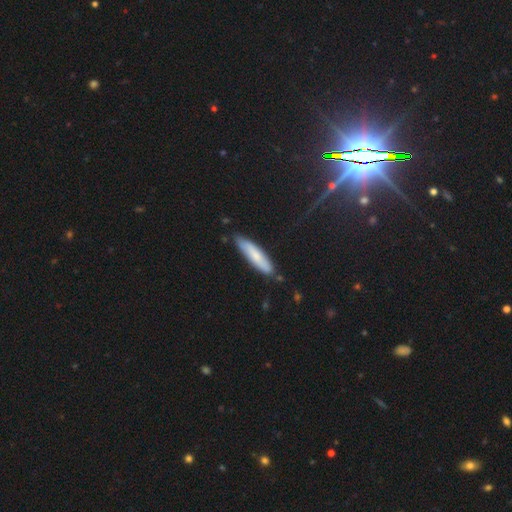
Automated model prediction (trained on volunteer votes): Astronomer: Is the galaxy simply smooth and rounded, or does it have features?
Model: smooth — 71%.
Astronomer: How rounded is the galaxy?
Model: cigar-shaped — 79%.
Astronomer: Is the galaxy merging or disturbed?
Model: none — 81%.